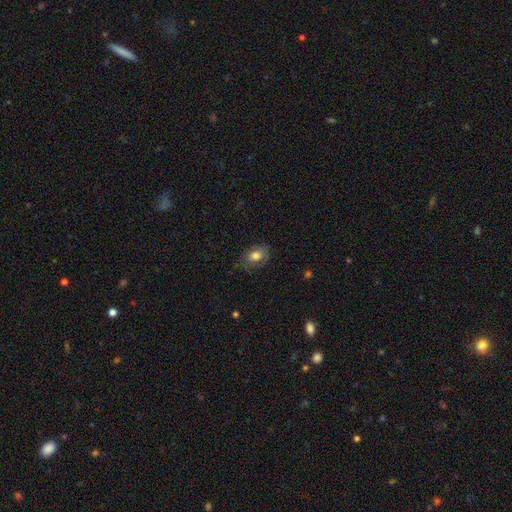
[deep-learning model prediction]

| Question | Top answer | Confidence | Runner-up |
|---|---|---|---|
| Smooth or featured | smooth | 74% | featured or disk (17%) |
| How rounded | in between | 78% | round (20%) |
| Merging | none | 71% | minor disturbance (21%) |